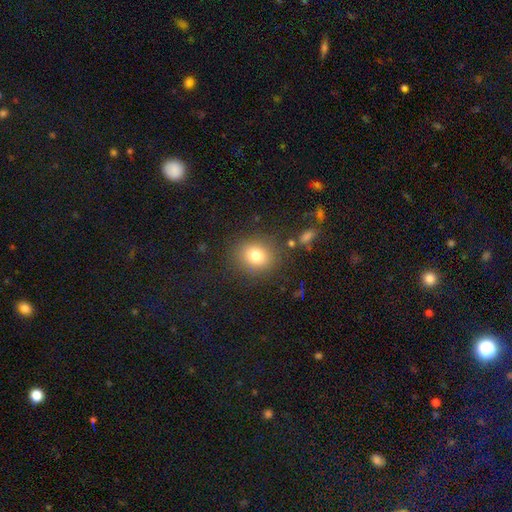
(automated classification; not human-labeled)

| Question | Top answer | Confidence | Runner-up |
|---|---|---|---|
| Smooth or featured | smooth | 79% | star or artifact (12%) |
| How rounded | round | 69% | in between (30%) |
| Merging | none | 84% | minor disturbance (9%) |